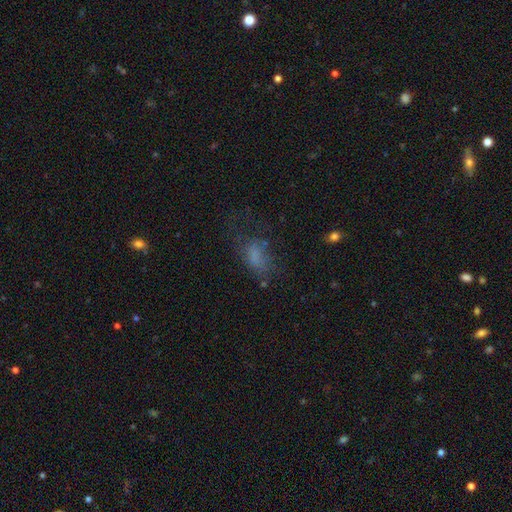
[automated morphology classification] This appears to be a smooth galaxy with no disk features (64%) that is in between round and cigar-shaped (85%). Merging: none (40%).